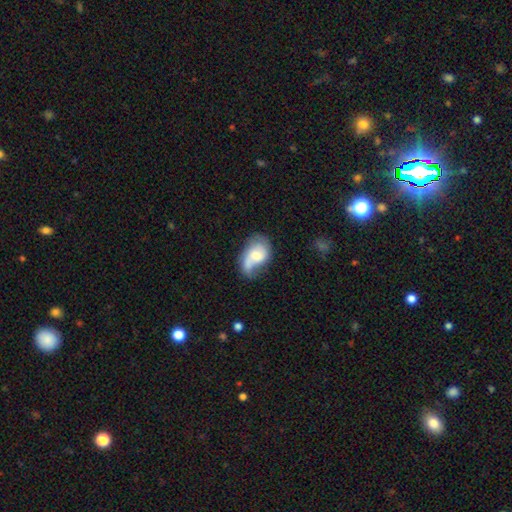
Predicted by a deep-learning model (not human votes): The model was most divided on "merging": none: 37%, minor disturbance: 29%, major disturbance: 23%, merger: 11%. More confident: edge-on disk — no (96%); smooth or featured — featured or disk (51%).